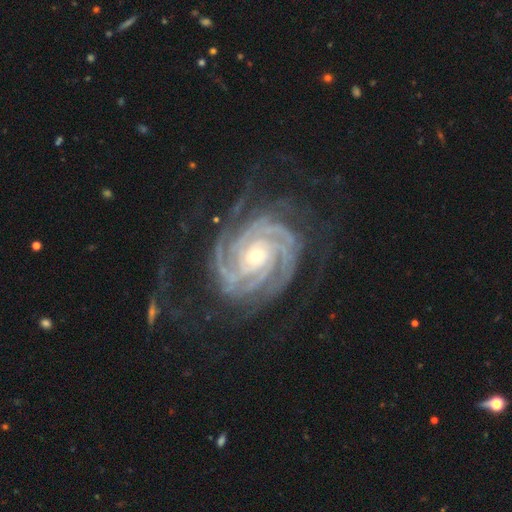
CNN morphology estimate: This is clearly a featured or disk galaxy (93%). It is clearly not viewed edge-on (98%). Bar: likely no (68%). Spiral arm pattern: clearly yes (99%). Spiral arm count: marginally 4 (25%). Spiral winding: clearly tight (82%). Central bulge: possibly small (58%). Merging: likely none (68%).